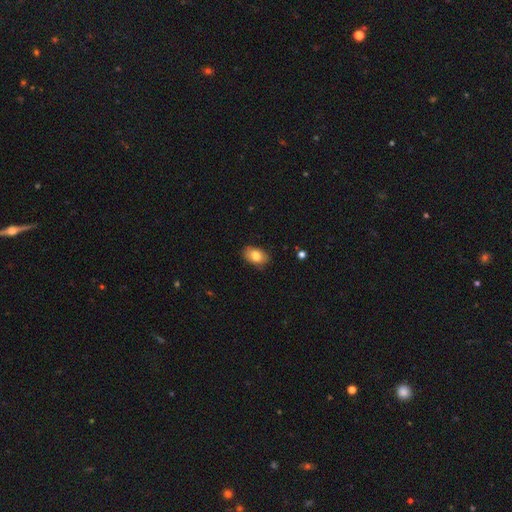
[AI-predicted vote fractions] The model was most divided on "merging": none: 84%, minor disturbance: 13%, major disturbance: 2%, merger: 1%. More confident: how rounded — in between (88%); smooth or featured — smooth (82%).